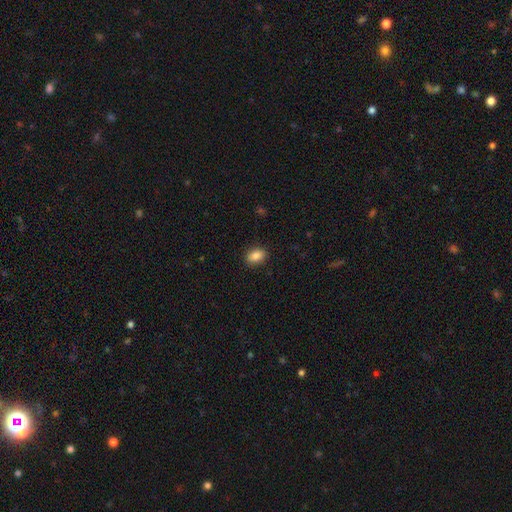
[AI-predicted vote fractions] Smooth or featured? smooth (86%)
How rounded? in between (81%)
Merging? none (89%)